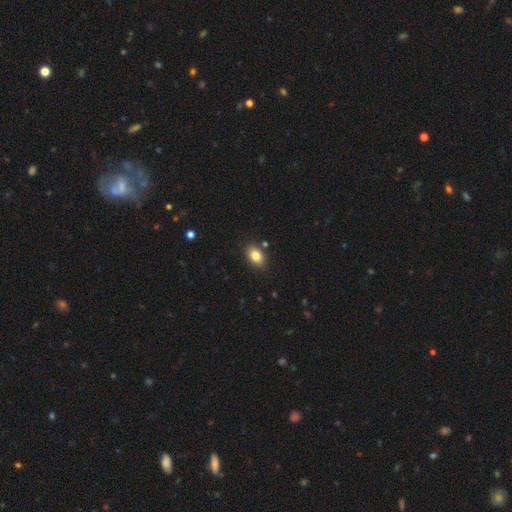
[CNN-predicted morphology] Smooth or featured? Predicted: smooth (p=0.84). How rounded? Predicted: in between (p=0.81). Merging? Predicted: none (p=0.86).